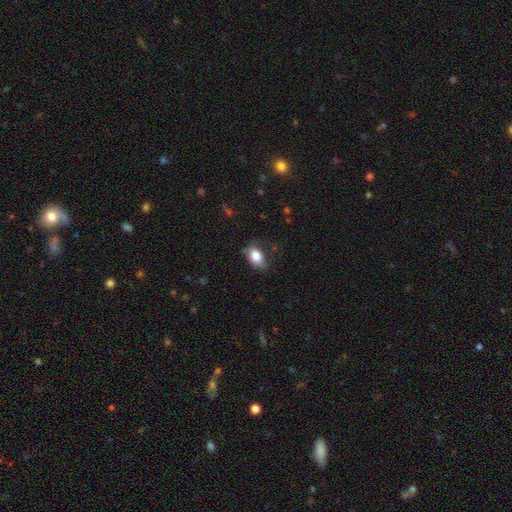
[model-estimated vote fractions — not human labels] smooth 80%, featured or disk 12%, star or artifact 8%. Down the decision tree: how rounded — in between (83%); merging — none (59%).